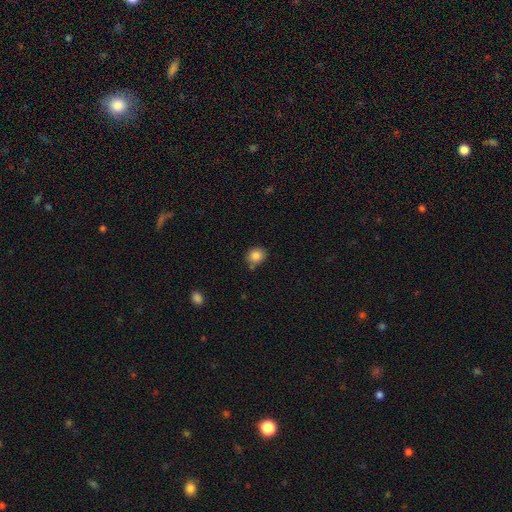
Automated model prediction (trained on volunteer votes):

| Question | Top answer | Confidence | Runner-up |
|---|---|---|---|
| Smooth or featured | smooth | 85% | star or artifact (10%) |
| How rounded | round | 71% | in between (28%) |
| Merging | none | 72% | minor disturbance (17%) |